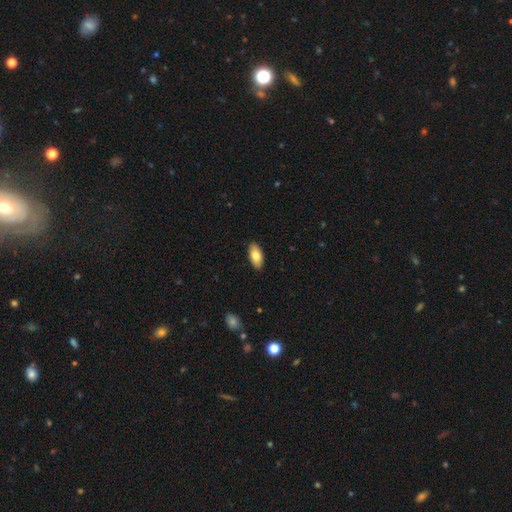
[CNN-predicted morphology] smooth 80%, featured or disk 14%, star or artifact 6%. Down the decision tree: how rounded — in between (92%); merging — none (89%).